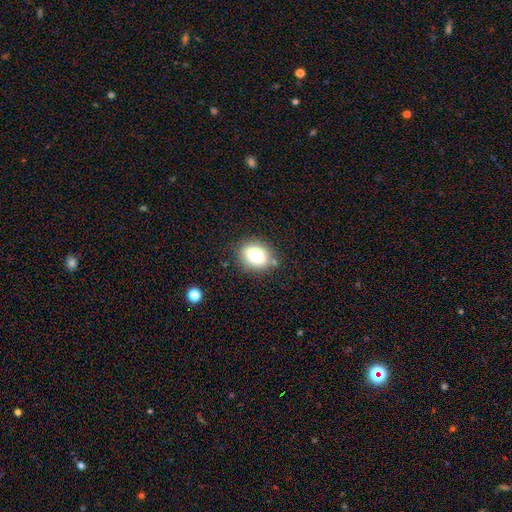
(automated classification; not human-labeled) The model was most divided on "how rounded": round: 54%, in between: 45%, cigar-shaped: 1%. More confident: merging — none (81%); smooth or featured — smooth (77%).